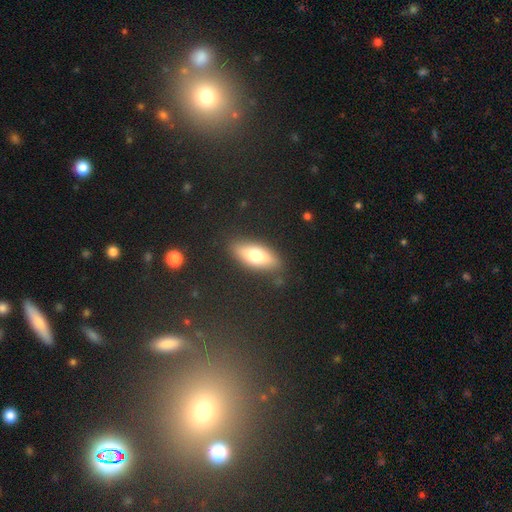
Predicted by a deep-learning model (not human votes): Morphology: type=smooth (71%); roundness=in between (73%); merging=none (83%).